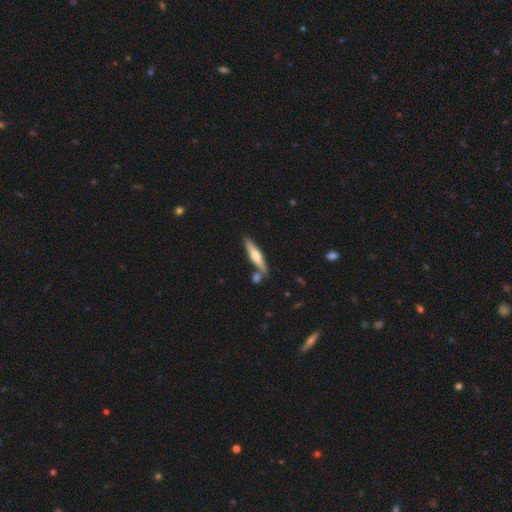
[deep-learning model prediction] The model was most divided on "smooth or featured": featured or disk: 59%, smooth: 36%, star or artifact: 5%. More confident: edge-on disk — yes (95%); edge-on bulge — rounded (92%); merging — none (78%).